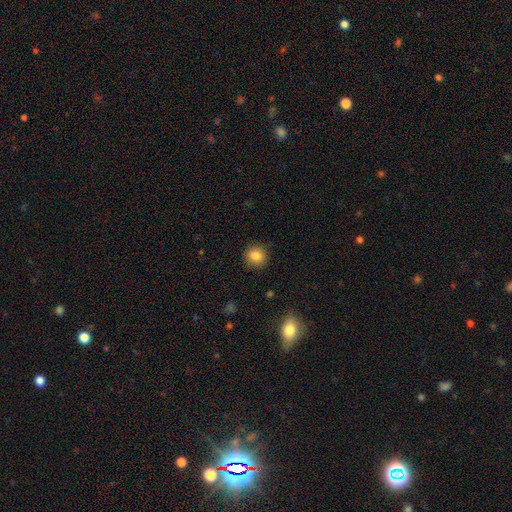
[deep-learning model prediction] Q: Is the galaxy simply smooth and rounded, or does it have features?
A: smooth — 83%.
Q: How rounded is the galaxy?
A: round — 91%.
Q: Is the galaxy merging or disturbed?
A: none — 90%.